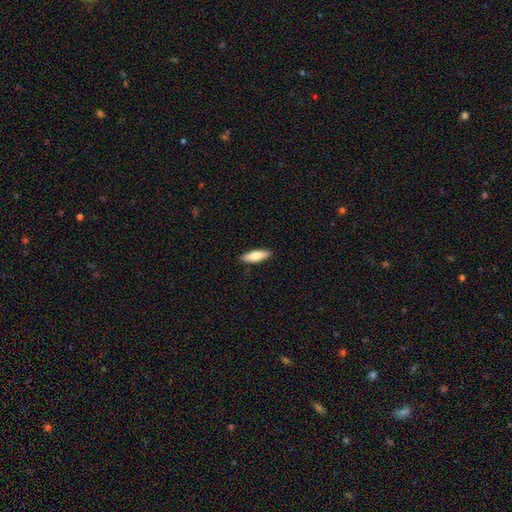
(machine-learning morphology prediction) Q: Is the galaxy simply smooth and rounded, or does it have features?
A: smooth — 72%.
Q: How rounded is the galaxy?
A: cigar-shaped — 52%.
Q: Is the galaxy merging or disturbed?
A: none — 89%.